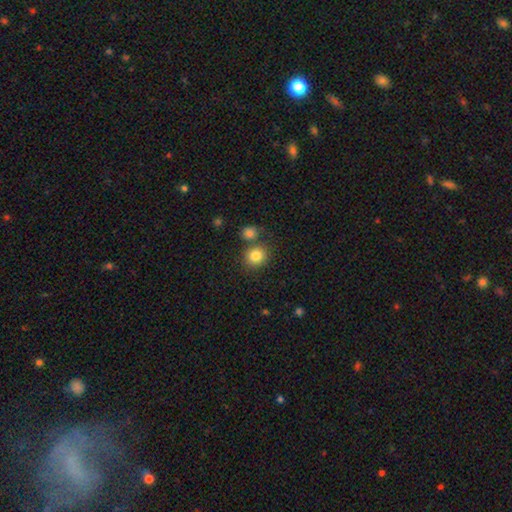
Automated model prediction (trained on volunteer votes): smooth-or-featured: smooth: 83% | star or artifact: 11% | featured or disk: 6%
  how-rounded: round: 82% | in between: 18% | cigar-shaped: 1%
  merging: none: 69% | merger: 19% | minor disturbance: 9% | major disturbance: 3%